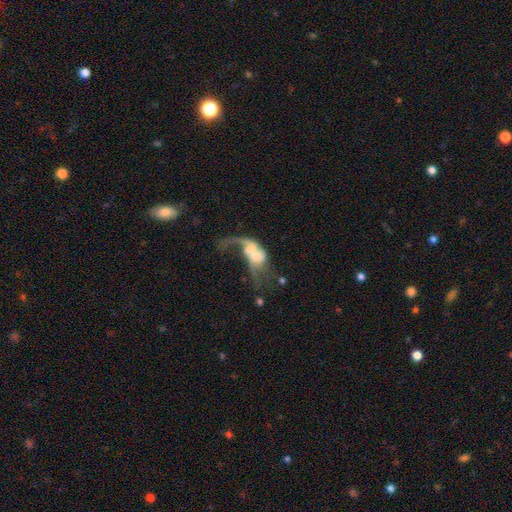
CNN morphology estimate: Smooth or featured?
  - featured or disk: 63% *
  - smooth: 28%
  - star or artifact: 9%
Edge-on disk?
  - no: 96% *
  - yes: 4%
Bar?
  - no: 66% *
  - weak: 27%
  - strong: 7%
Spiral arms?
  - yes: 66% *
  - no: 34%
Bulge size?
  - moderate: 44% *
  - small: 21%
  - large: 21%
  - none: 10%
  - dominant: 4%
Merging?
  - merger: 63% *
  - major disturbance: 23%
  - none: 9%
  - minor disturbance: 5%